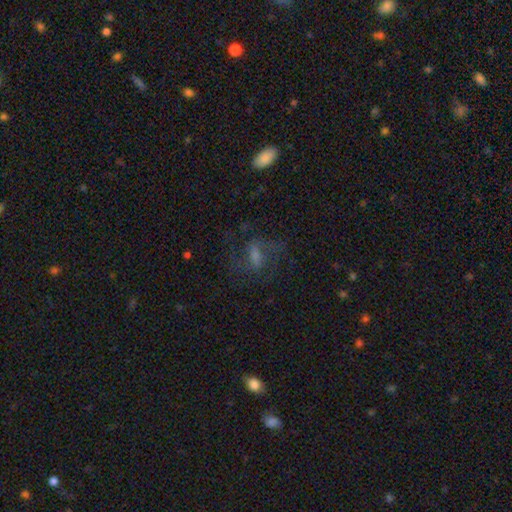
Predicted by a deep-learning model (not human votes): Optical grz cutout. It shows a featured or disk galaxy (54%) with a weak bar (45%), spiral arms (78%) and a small central bulge (33%). Merging: none (58%).